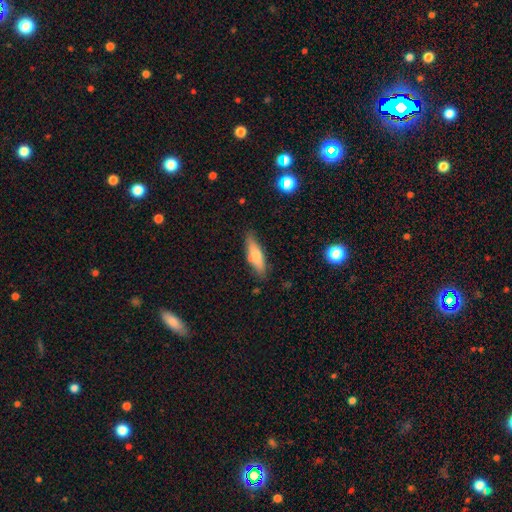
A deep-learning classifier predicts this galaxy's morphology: smooth 70%, featured or disk 23%, star or artifact 7%. Down the decision tree: how rounded — cigar-shaped (56%); merging — none (77%).